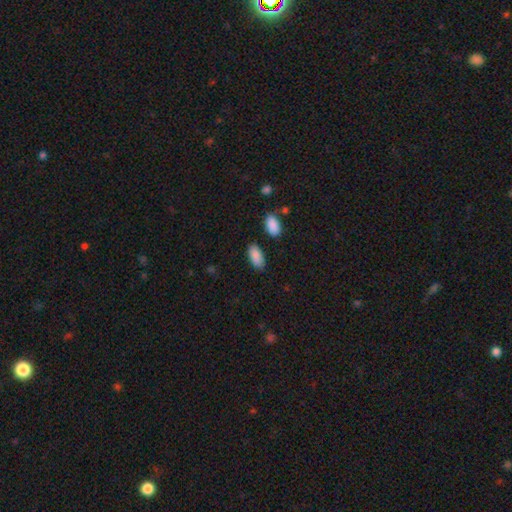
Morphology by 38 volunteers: Overall: smooth (92%). How rounded: in between (89%). Merging: none (92%).